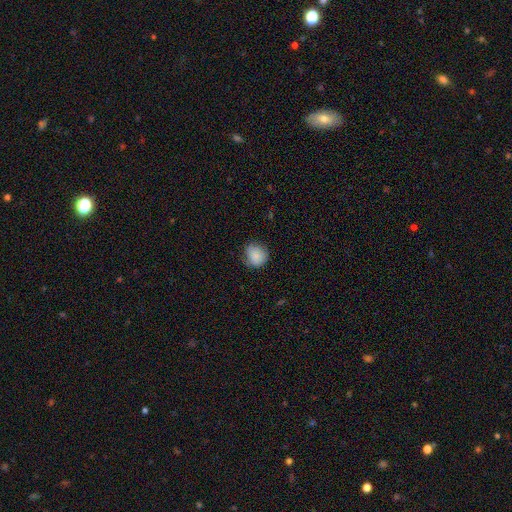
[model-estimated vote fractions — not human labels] The model was most divided on "merging": none: 64%, minor disturbance: 28%, major disturbance: 6%, merger: 1%. More confident: smooth or featured — smooth (84%); how rounded — round (78%).